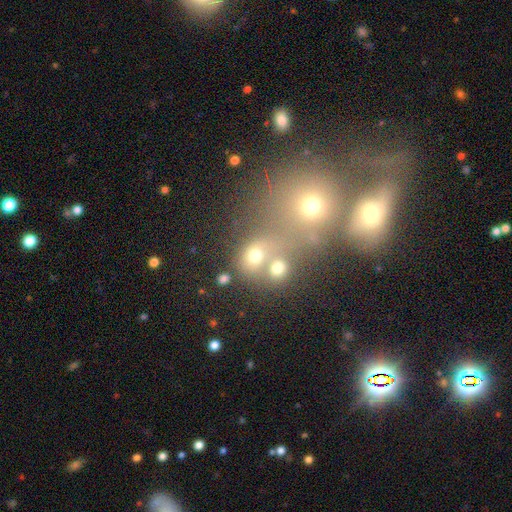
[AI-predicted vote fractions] This appears to be a smooth galaxy with no disk features (65%) that is round (72%). Merging: none (45%).